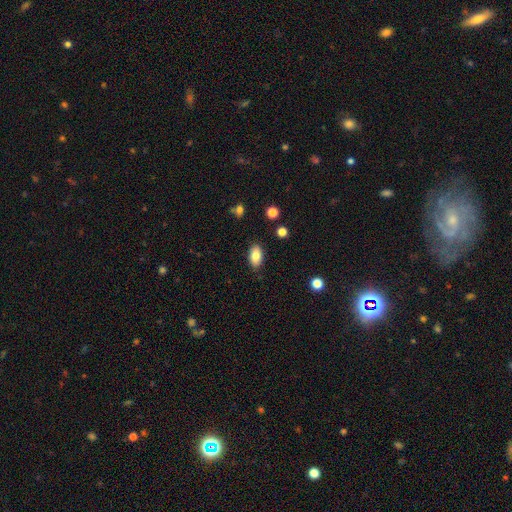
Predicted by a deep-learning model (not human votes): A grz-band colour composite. It shows a smooth galaxy with no disk features (82%) that is in between round and cigar-shaped (92%). Merging: none (87%).